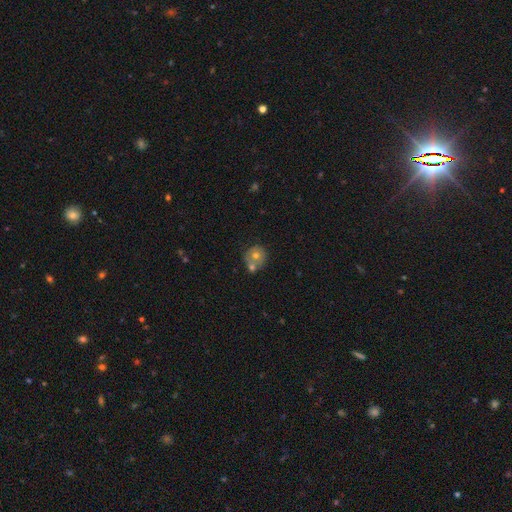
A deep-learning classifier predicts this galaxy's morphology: This is likely a smooth galaxy (60%). How rounded: clearly round (87%). Merging: possibly none (50%).